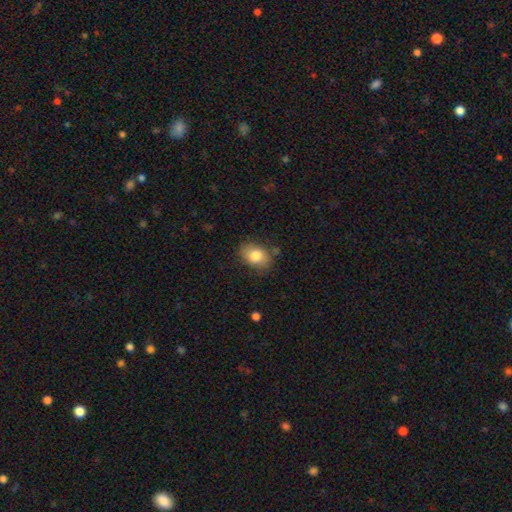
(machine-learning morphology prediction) Overall: smooth (81%). How rounded: in between (75%). Merging: none (77%).